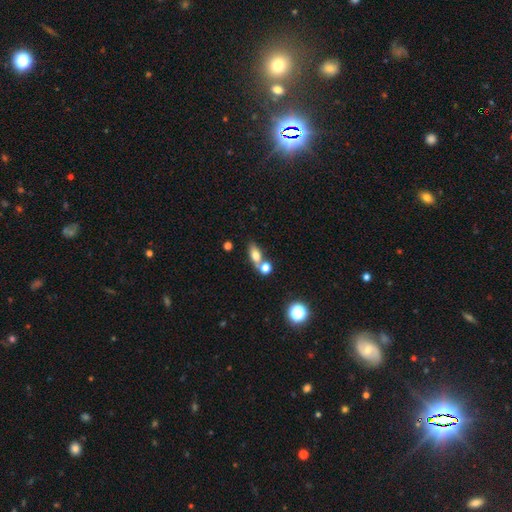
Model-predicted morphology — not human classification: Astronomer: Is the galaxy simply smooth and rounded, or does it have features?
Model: smooth — 73%.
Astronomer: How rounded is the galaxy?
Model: in between — 74%.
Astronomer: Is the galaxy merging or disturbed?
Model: none — 47% (runner-up: merger, 39%).